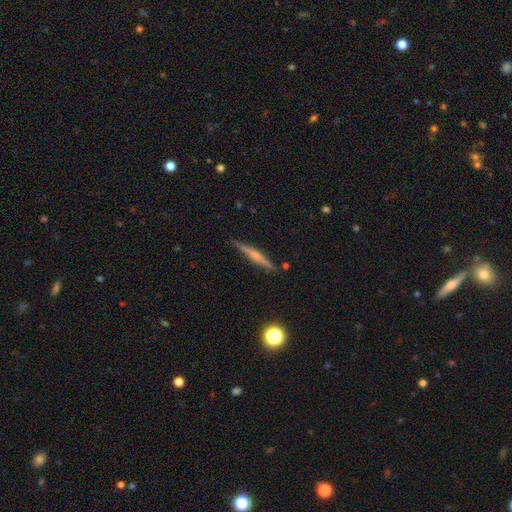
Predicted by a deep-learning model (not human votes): Morphology: type=featured or disk (56%); edge-on=yes (97%); edge-on bulge=rounded (61%); merging=none (87%).